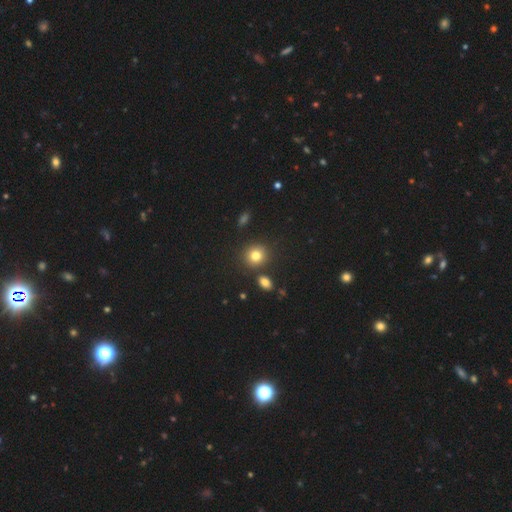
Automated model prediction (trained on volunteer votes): smooth-or-featured: smooth: 80% | star or artifact: 12% | featured or disk: 8%
  how-rounded: round: 82% | in between: 17% | cigar-shaped: 1%
  merging: none: 80% | minor disturbance: 9% | merger: 8% | major disturbance: 3%